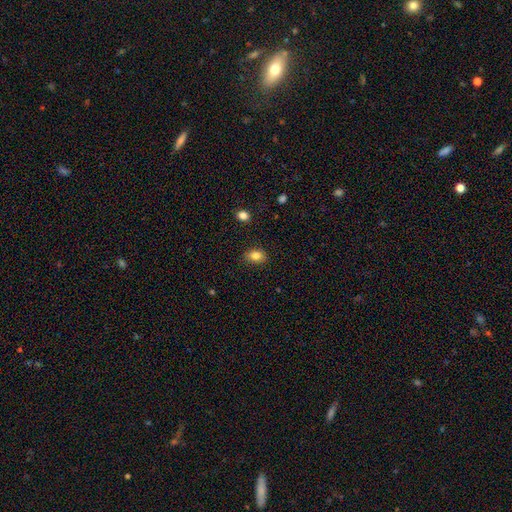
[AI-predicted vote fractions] smooth-or-featured: smooth: 83% | star or artifact: 10% | featured or disk: 7%
  how-rounded: in between: 71% | round: 27% | cigar-shaped: 1%
  merging: none: 86% | minor disturbance: 11% | major disturbance: 2% | merger: 1%